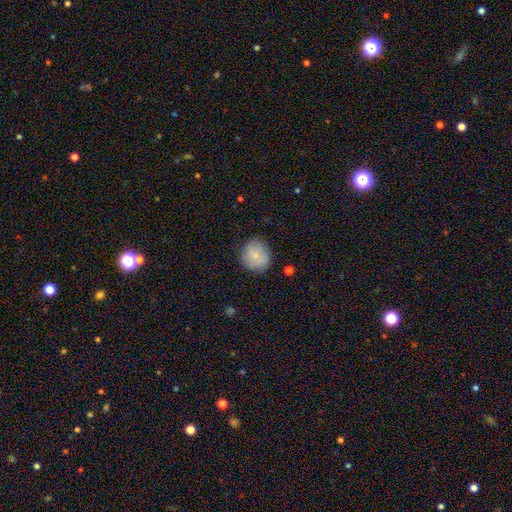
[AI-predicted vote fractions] Smooth or featured?
  - smooth: 80% *
  - featured or disk: 13%
  - star or artifact: 7%
How rounded?
  - round: 82% *
  - in between: 17%
  - cigar-shaped: 1%
Merging?
  - none: 80% *
  - minor disturbance: 15%
  - major disturbance: 4%
  - merger: 1%